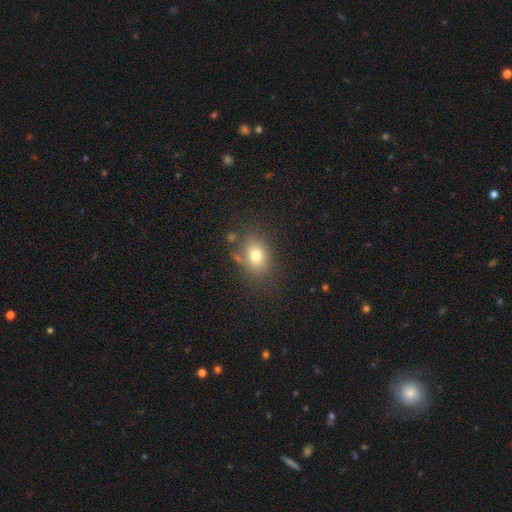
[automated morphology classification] type=smooth (74%); roundness=in between (57%); merging=none (72%).